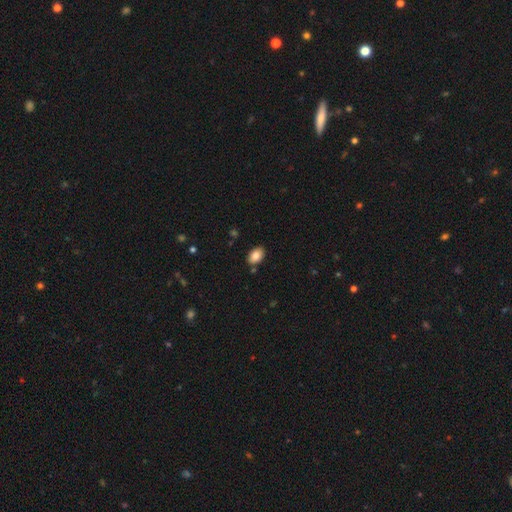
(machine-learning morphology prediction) Q: Smooth or featured?
A: smooth (84%); runner-up: featured or disk (8%)
Q: How rounded?
A: in between (86%); runner-up: round (13%)
Q: Merging?
A: none (85%); runner-up: minor disturbance (10%)